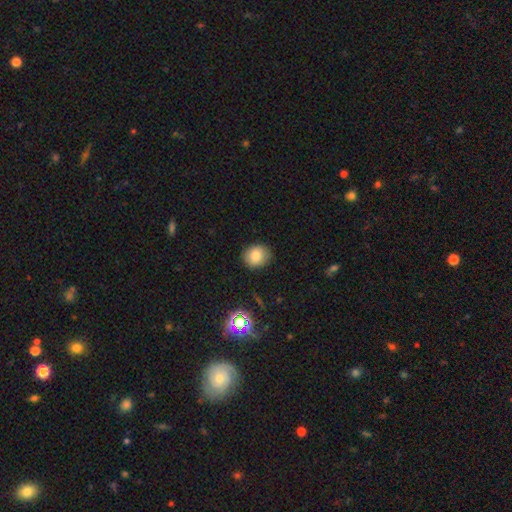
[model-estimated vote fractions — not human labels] Q: Smooth or featured?
A: smooth (80%); runner-up: star or artifact (12%)
Q: How rounded?
A: round (75%); runner-up: in between (25%)
Q: Merging?
A: none (87%); runner-up: minor disturbance (9%)